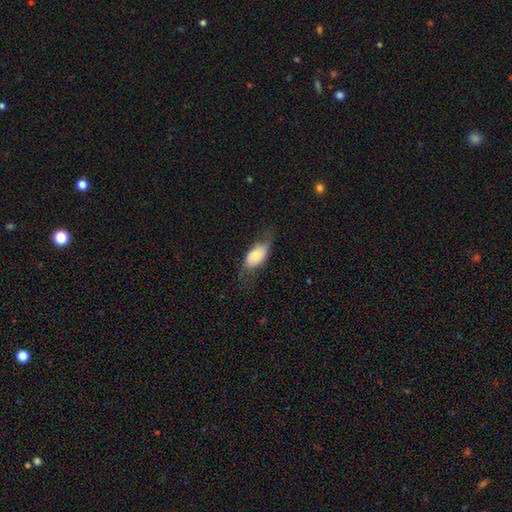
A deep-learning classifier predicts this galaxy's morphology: Smooth or featured: smooth — 64% (featured or disk — 29%)
How rounded: in between — 90% (round — 5%)
Merging: none — 53% (minor disturbance — 29%)